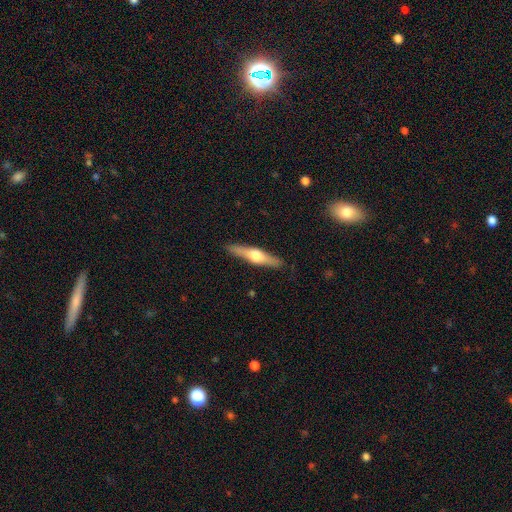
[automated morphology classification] A featured or disk galaxy (62%) viewed edge-on (96%) with a rounded central bulge (94%).

Vote fractions:
- Smooth or featured? featured or disk: 62% / smooth: 33% / star or artifact: 5%
- Edge-on disk? yes: 96% / no: 4%
- Edge-on bulge? rounded: 94% / boxy: 3% / none: 2%
- Merging? none: 90% / minor disturbance: 8% / major disturbance: 2% / merger: 1%